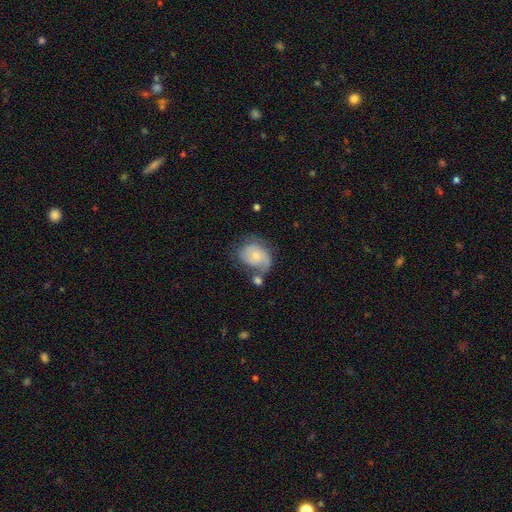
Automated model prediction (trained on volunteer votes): This is possibly a featured or disk galaxy (49%). Merging: marginally none (38%).